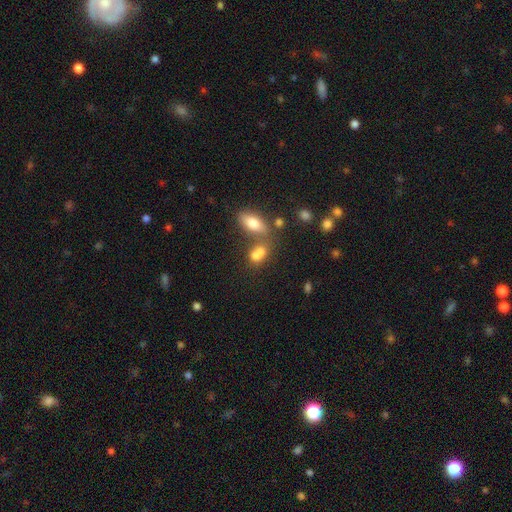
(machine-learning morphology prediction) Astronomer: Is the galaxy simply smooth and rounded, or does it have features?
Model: smooth — 74%.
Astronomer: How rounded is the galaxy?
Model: in between — 66%.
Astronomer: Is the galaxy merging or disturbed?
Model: merger — 53% (runner-up: none, 32%).